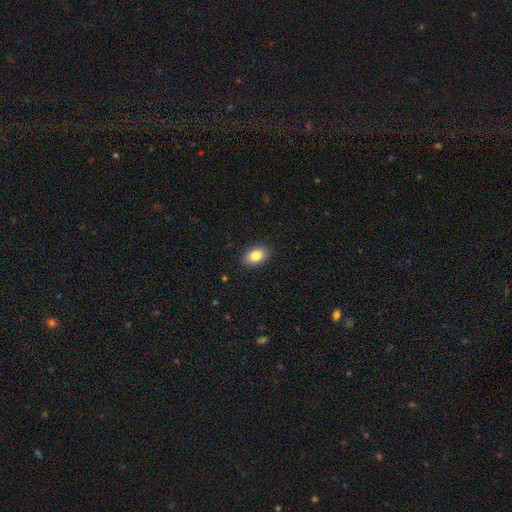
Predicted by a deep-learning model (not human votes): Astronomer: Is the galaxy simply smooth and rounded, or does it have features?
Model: smooth — 84%.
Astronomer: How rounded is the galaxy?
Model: in between — 85%.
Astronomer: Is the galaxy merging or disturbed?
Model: none — 89%.